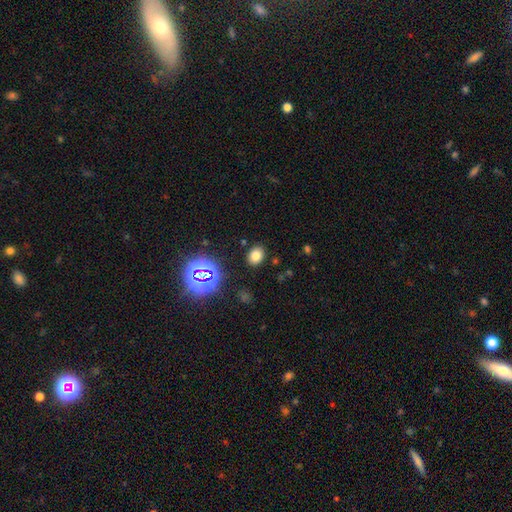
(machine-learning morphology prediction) Q: Smooth or featured?
A: smooth (74%); runner-up: star or artifact (19%)
Q: How rounded?
A: in between (59%); runner-up: round (40%)
Q: Merging?
A: none (87%); runner-up: minor disturbance (8%)